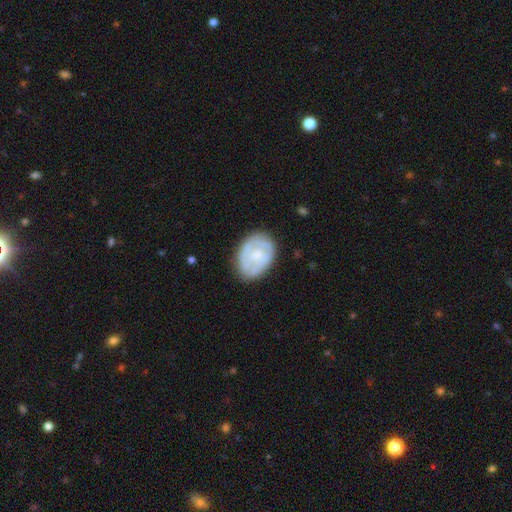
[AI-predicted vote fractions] Smooth or featured? featured or disk (57%)
Edge-on disk? no (97%)
Bar? no (65%)
Spiral arms? yes (64%)
Bulge size? small (41%)
Merging? none (72%)